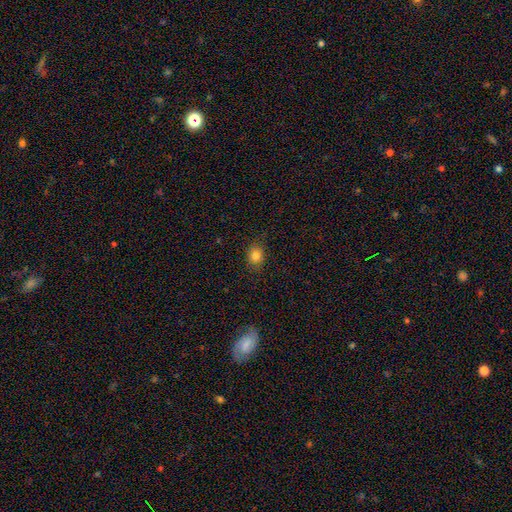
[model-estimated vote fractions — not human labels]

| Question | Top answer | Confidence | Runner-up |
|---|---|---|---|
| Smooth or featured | smooth | 82% | star or artifact (12%) |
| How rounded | round | 55% | in between (44%) |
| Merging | none | 84% | minor disturbance (12%) |